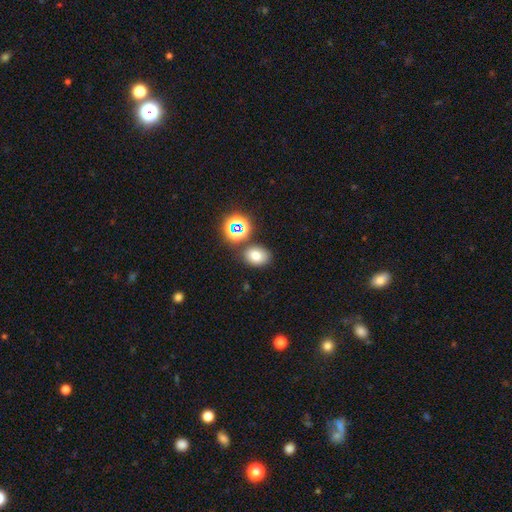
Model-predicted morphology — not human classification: smooth 71%, star or artifact 19%, featured or disk 10%. Down the decision tree: how rounded — in between (68%); merging — none (76%).